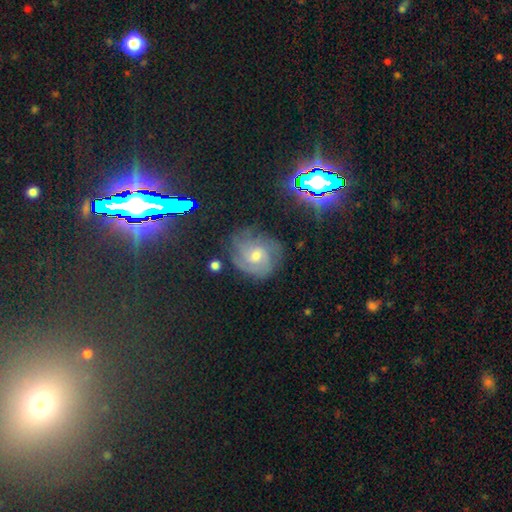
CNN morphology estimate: Q: Smooth or featured?
A: featured or disk (64%); runner-up: smooth (18%)
Q: Edge-on disk?
A: no (97%); runner-up: yes (3%)
Q: Bar?
A: no (69%); runner-up: weak (26%)
Q: Spiral arms?
A: yes (91%); runner-up: no (9%)
Q: Spiral winding?
A: tight (58%); runner-up: medium (32%)
Q: Spiral arm count?
A: can't tell (37%); runner-up: 3 (25%)
Q: Bulge size?
A: moderate (63%); runner-up: small (29%)
Q: Merging?
A: none (69%); runner-up: minor disturbance (20%)